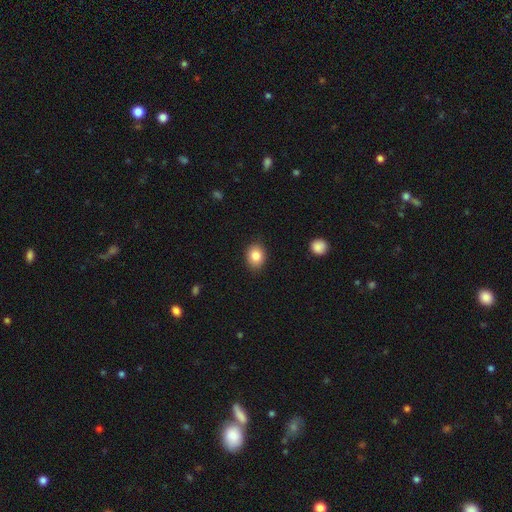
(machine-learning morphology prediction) type=smooth (85%); roundness=in between (51%); merging=none (87%).